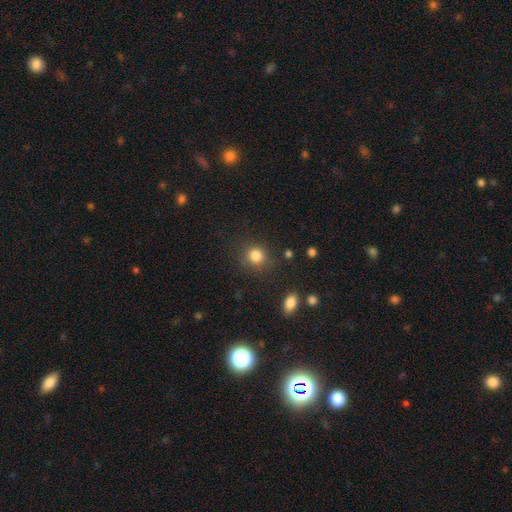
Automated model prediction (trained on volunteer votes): A smooth galaxy with no disk features (84%) that is round (84%).

Vote fractions:
- Smooth or featured? smooth: 84% / star or artifact: 11% / featured or disk: 5%
- How rounded? round: 84% / in between: 15% / cigar-shaped: 1%
- Merging? none: 82% / minor disturbance: 11% / major disturbance: 4% / merger: 3%